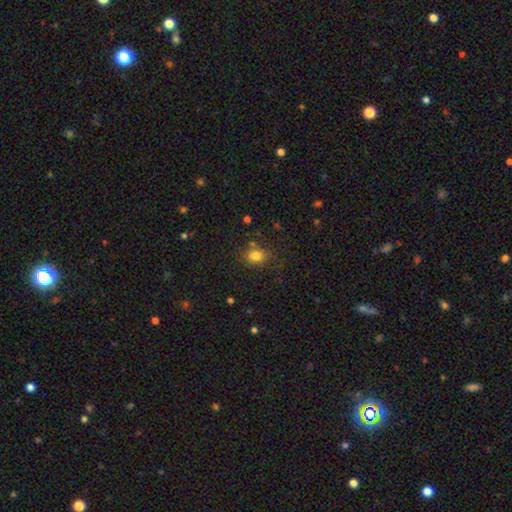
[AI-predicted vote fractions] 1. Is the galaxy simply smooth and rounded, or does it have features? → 80% smooth, 13% star or artifact, 8% featured or disk.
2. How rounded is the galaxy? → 59% in between, 39% round, 1% cigar-shaped.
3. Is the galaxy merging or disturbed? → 71% none, 18% minor disturbance, 6% merger, 6% major disturbance.